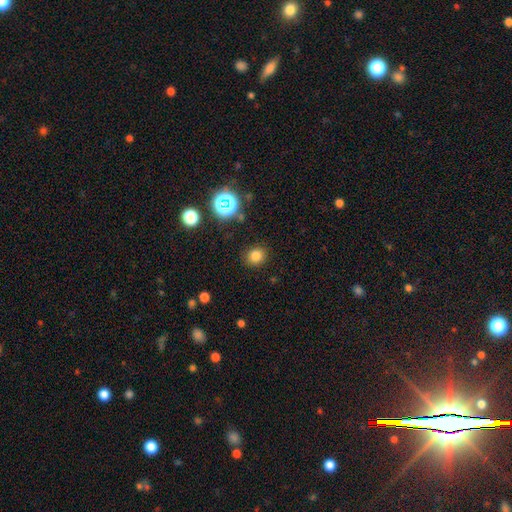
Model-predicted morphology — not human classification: Smooth or featured? smooth (79%)
How rounded? round (81%)
Merging? none (88%)